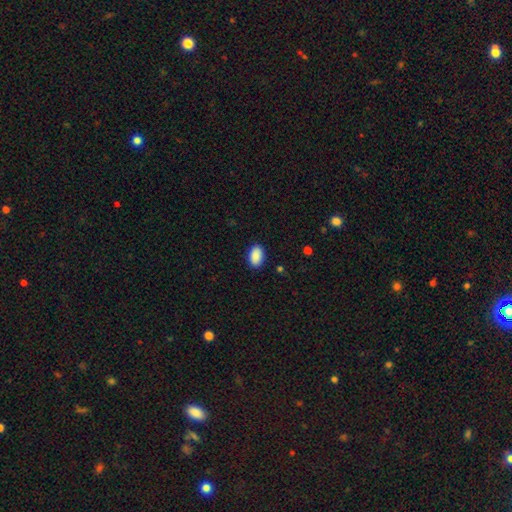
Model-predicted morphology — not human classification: Smooth or featured? smooth (90%)
How rounded? in between (91%)
Merging? none (88%)